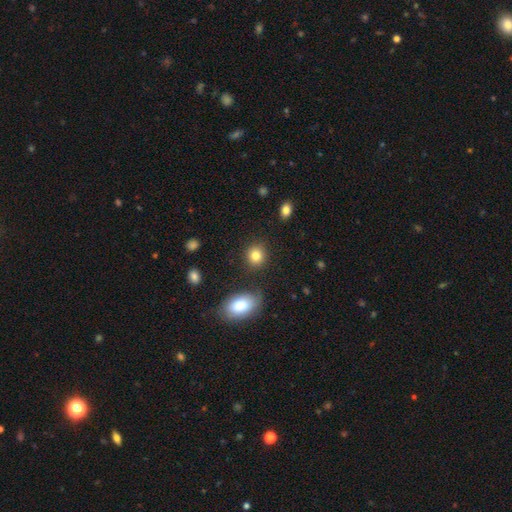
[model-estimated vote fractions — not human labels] Overall: smooth (84%). How rounded: round (81%). Merging: none (86%).